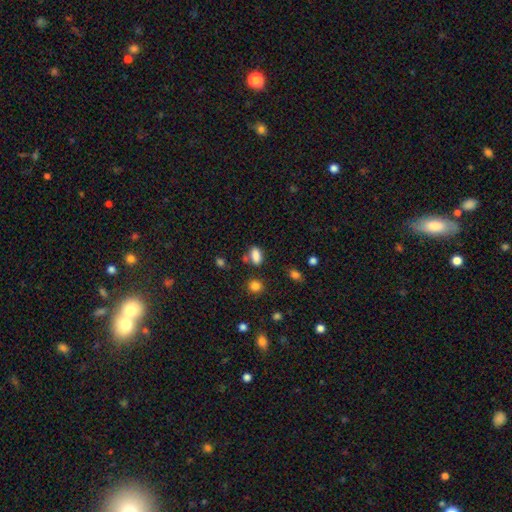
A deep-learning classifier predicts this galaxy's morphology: smooth 84%, star or artifact 11%, featured or disk 5%. Down the decision tree: how rounded — in between (85%); merging — none (67%).